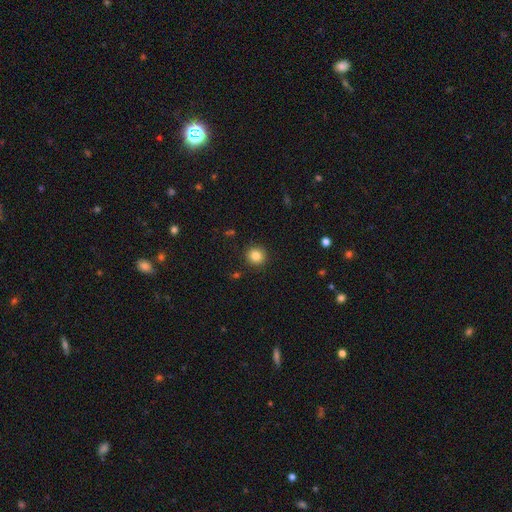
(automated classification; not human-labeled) Q: Smooth or featured?
A: smooth (84%); runner-up: star or artifact (11%)
Q: How rounded?
A: round (93%); runner-up: in between (6%)
Q: Merging?
A: none (91%); runner-up: minor disturbance (6%)